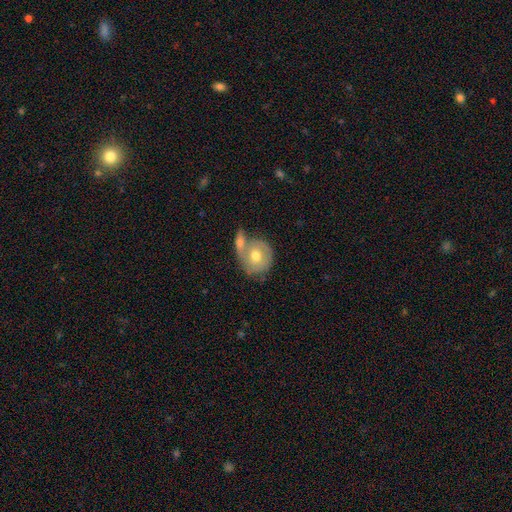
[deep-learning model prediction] A smooth galaxy with no disk features (55%) that is round (83%).

Vote fractions:
- Smooth or featured? smooth: 55% / featured or disk: 39% / star or artifact: 6%
- How rounded? round: 83% / in between: 16% / cigar-shaped: 1%
- Merging? merger: 46% / none: 36% / minor disturbance: 12% / major disturbance: 6%